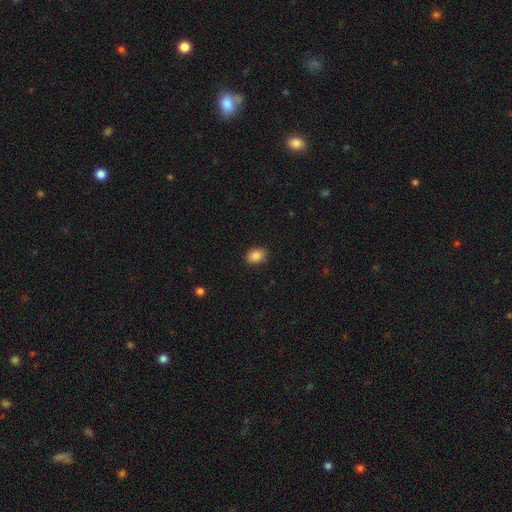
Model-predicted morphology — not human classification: Smooth or featured: smooth — 87% (star or artifact — 9%)
How rounded: in between — 74% (round — 25%)
Merging: none — 88% (minor disturbance — 9%)